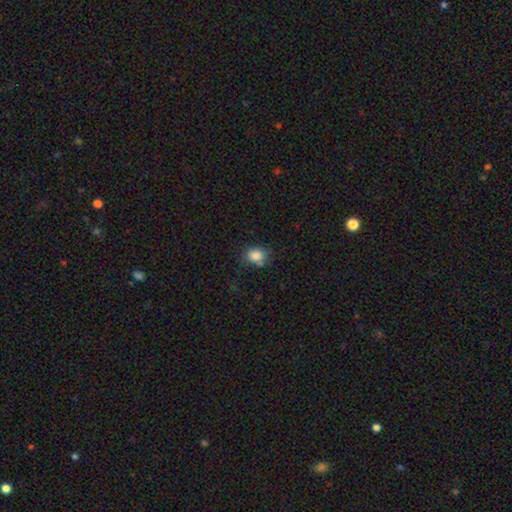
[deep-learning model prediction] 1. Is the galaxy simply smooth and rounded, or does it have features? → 84% smooth, 10% star or artifact, 6% featured or disk.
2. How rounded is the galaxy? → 54% round, 45% in between, 1% cigar-shaped.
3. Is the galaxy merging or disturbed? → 66% none, 22% minor disturbance, 6% merger, 6% major disturbance.